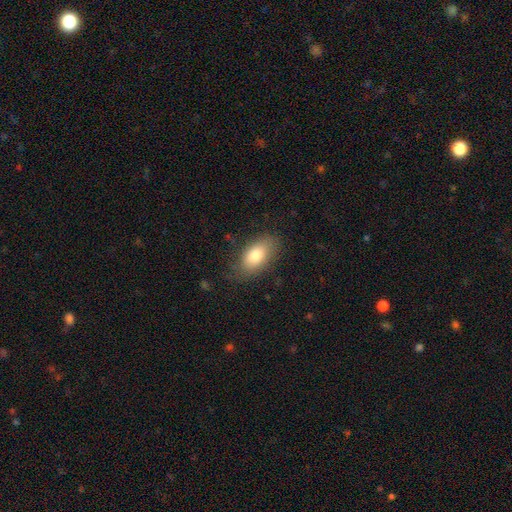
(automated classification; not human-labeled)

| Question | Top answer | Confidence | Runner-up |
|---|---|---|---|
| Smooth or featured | smooth | 79% | featured or disk (13%) |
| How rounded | in between | 91% | round (4%) |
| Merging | none | 78% | minor disturbance (17%) |